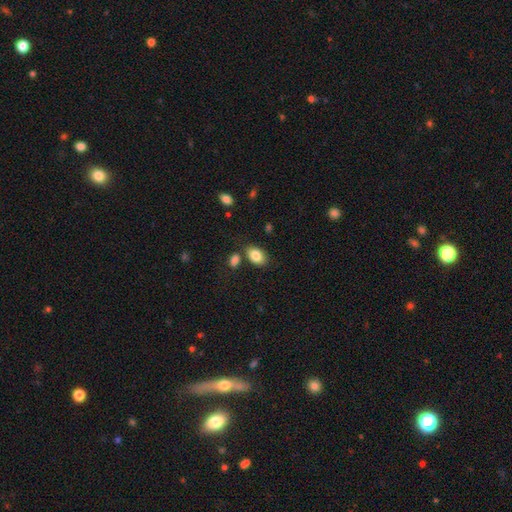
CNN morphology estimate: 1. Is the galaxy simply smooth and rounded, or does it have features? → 85% smooth, 7% featured or disk, 7% star or artifact.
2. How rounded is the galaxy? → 89% in between, 10% round, 1% cigar-shaped.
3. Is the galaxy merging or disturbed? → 75% none, 12% minor disturbance, 10% merger, 3% major disturbance.